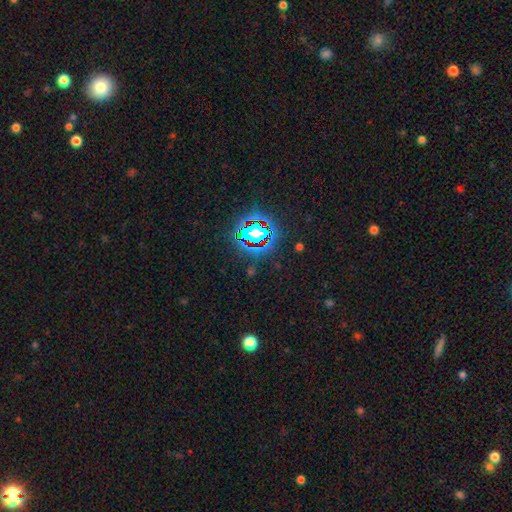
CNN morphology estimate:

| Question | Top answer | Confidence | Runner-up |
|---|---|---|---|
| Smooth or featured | star or artifact | 82% | smooth (11%) |